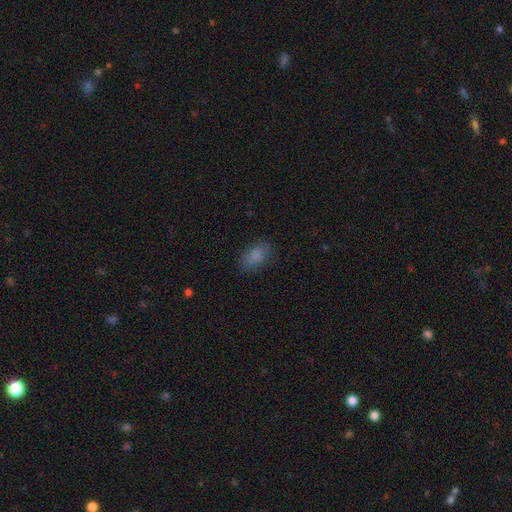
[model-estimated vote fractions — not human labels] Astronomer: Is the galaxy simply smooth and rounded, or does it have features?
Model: smooth — 84%.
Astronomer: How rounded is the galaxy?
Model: in between — 90%.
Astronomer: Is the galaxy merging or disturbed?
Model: none — 79%.